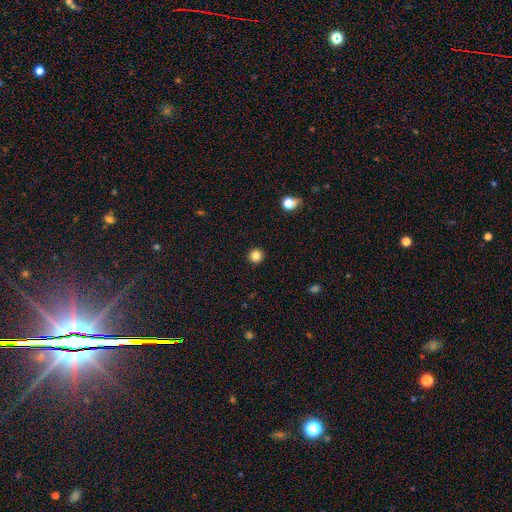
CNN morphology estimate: type=smooth (84%); roundness=round (95%); merging=none (93%).